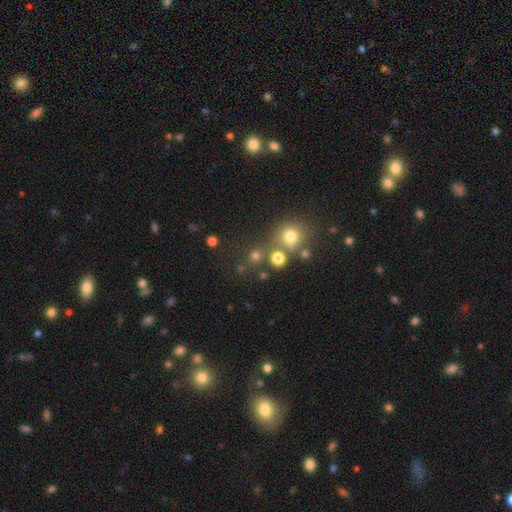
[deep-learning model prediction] Smooth or featured: smooth — 62% (star or artifact — 28%)
How rounded: round — 88% (in between — 11%)
Merging: none — 66% (merger — 20%)